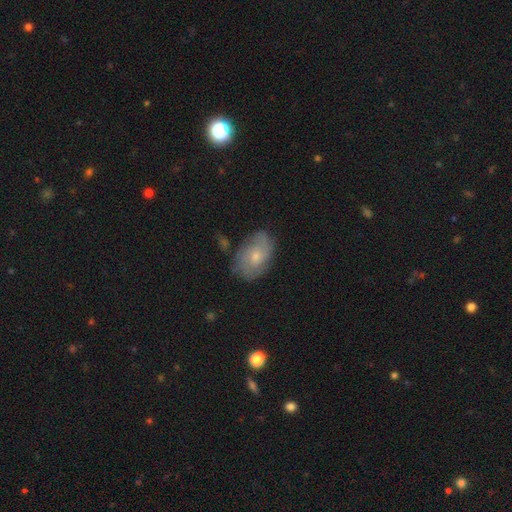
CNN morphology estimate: The model was most divided on "smooth or featured": featured or disk: 49%, smooth: 43%, star or artifact: 8%. More confident: merging — none (69%).